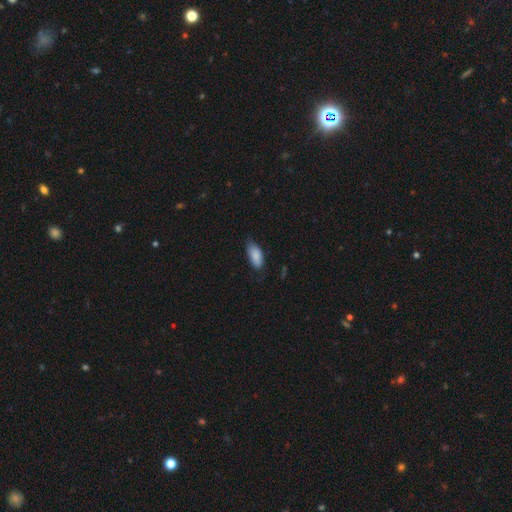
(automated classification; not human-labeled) This is clearly a smooth galaxy (87%). How rounded: clearly in between (88%). Merging: likely none (67%).